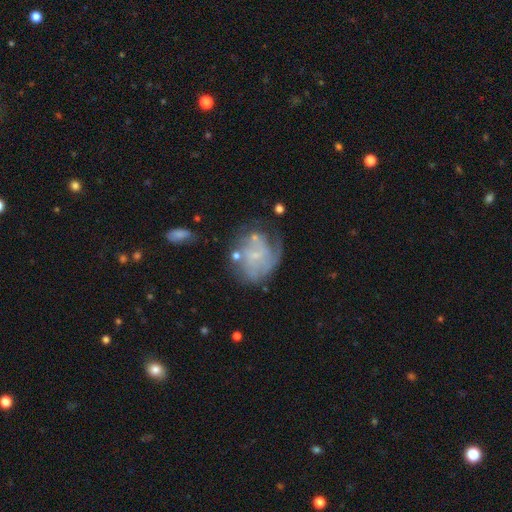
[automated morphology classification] Smooth or featured?
  - featured or disk: 67% *
  - smooth: 24%
  - star or artifact: 9%
Edge-on disk?
  - no: 98% *
  - yes: 2%
Bar?
  - no: 66% *
  - weak: 30%
  - strong: 5%
Spiral arms?
  - yes: 70% *
  - no: 30%
Bulge size?
  - small: 69% *
  - none: 18%
  - moderate: 11%
  - large: 1%
  - dominant: 1%
Merging?
  - none: 43% *
  - minor disturbance: 25%
  - major disturbance: 24%
  - merger: 7%